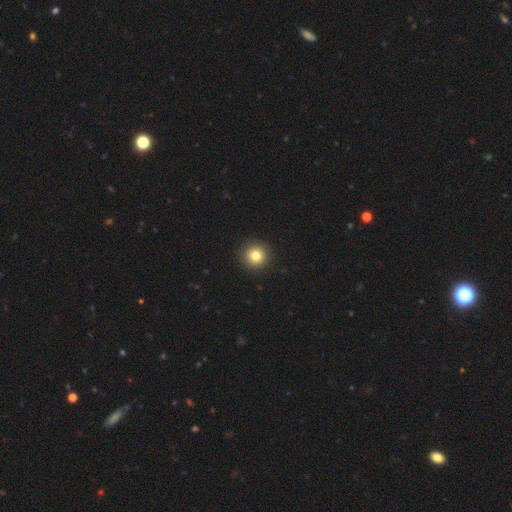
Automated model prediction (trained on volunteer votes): smooth_or_featured: smooth (p=0.81) [alt: star or artifact p=0.11]
how_rounded: round (p=0.95) [alt: in between p=0.04]
merging: none (p=0.93) [alt: minor disturbance p=0.05]